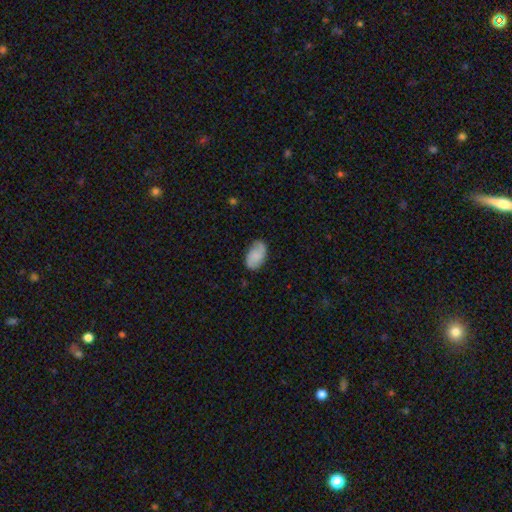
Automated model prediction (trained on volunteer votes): Smooth or featured: smooth — 55% (featured or disk — 38%)
How rounded: in between — 93% (round — 6%)
Merging: none — 75% (minor disturbance — 19%)